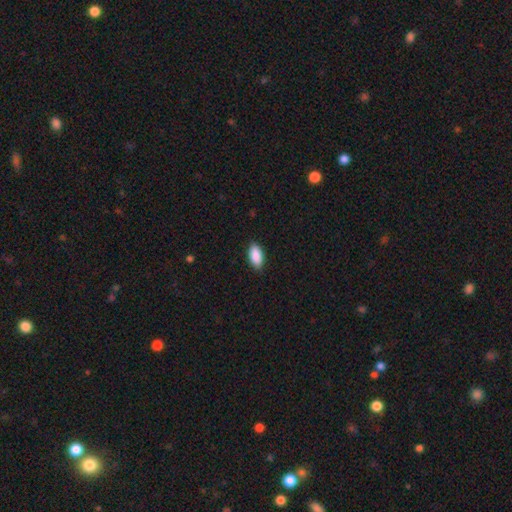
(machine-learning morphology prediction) type=smooth (90%); roundness=in between (93%); merging=none (88%).